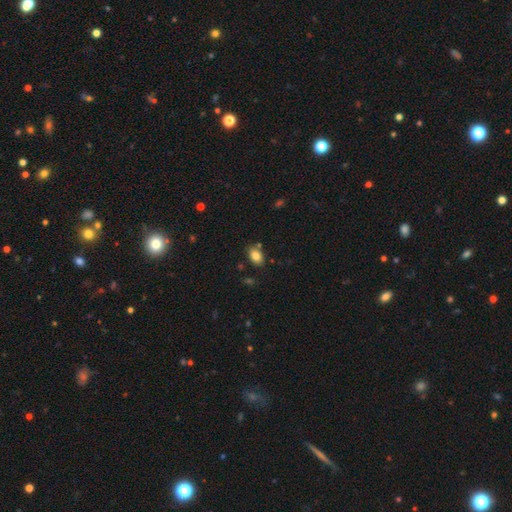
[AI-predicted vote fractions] Smooth or featured: smooth — 84% (star or artifact — 9%)
How rounded: in between — 81% (round — 17%)
Merging: none — 79% (minor disturbance — 13%)